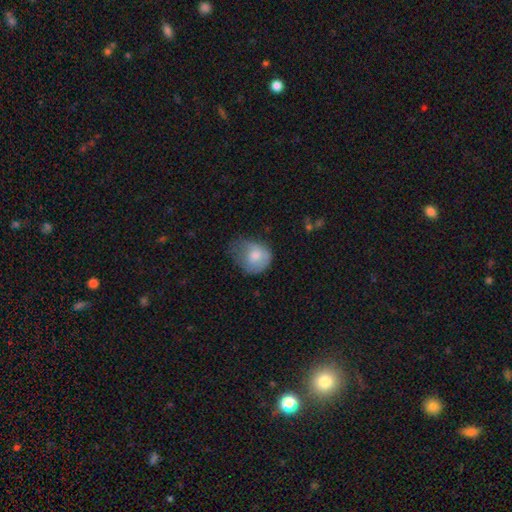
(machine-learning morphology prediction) Smooth or featured: smooth — 72% (featured or disk — 21%)
How rounded: round — 59% (in between — 41%)
Merging: minor disturbance — 39% (major disturbance — 34%)